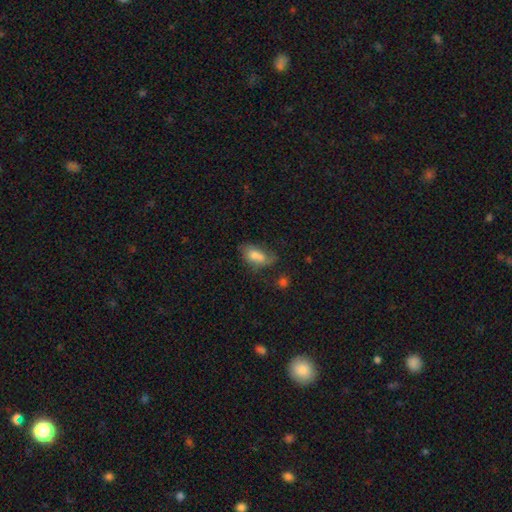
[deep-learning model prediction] Smooth or featured? smooth (67%)
How rounded? in between (86%)
Merging? none (39%)